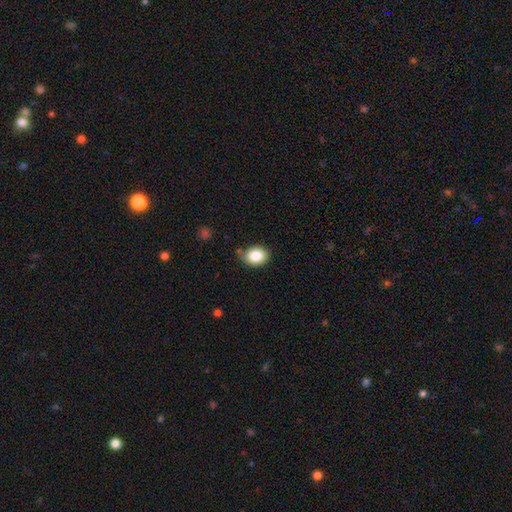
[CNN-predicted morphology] The model was most divided on "how rounded": in between: 62%, round: 37%, cigar-shaped: 1%. More confident: smooth or featured — smooth (86%); merging — none (76%).